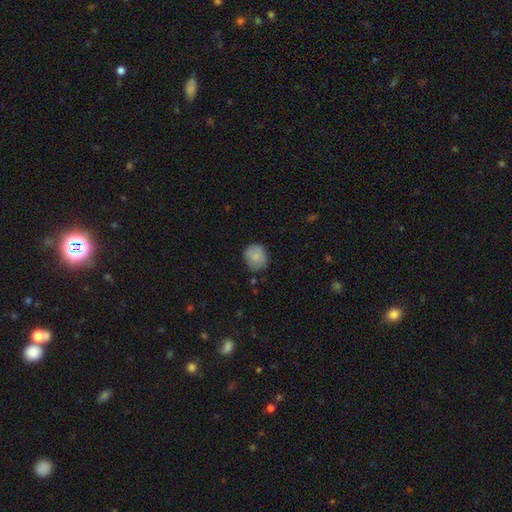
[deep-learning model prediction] This is clearly a smooth galaxy (82%). How rounded: likely round (76%). Merging: likely none (72%).